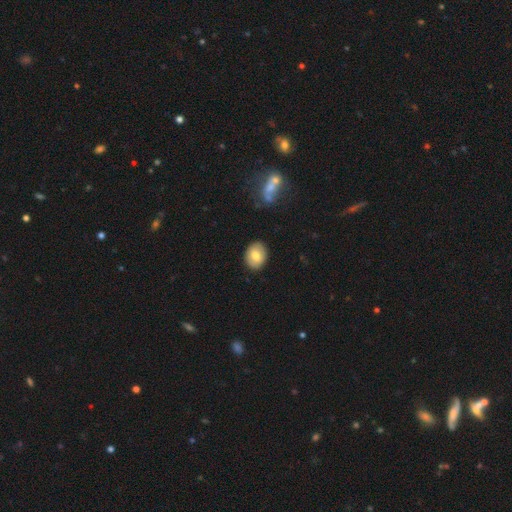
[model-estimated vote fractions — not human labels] Smooth or featured: smooth — 74% (featured or disk — 18%)
How rounded: in between — 56% (round — 43%)
Merging: none — 85% (minor disturbance — 12%)